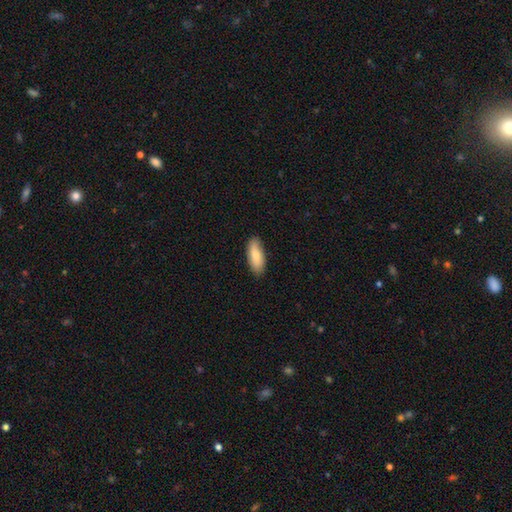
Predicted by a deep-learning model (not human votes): A smooth galaxy with no disk features (80%) that is in between round and cigar-shaped (77%). Merging: none (84%).